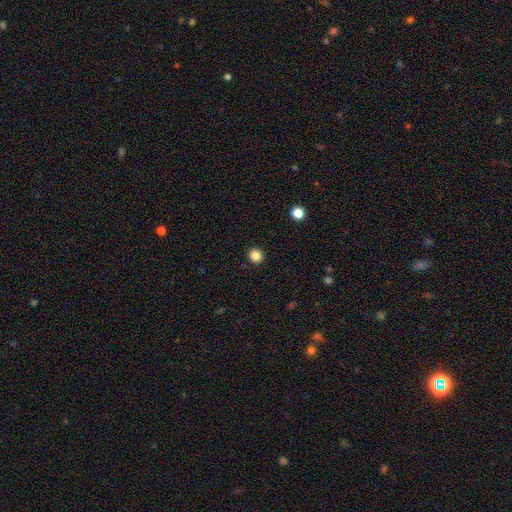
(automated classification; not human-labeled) A smooth galaxy with no disk features (85%) that is round (89%).

Vote fractions:
- Smooth or featured? smooth: 85% / star or artifact: 11% / featured or disk: 3%
- How rounded? round: 89% / in between: 11% / cigar-shaped: 1%
- Merging? none: 93% / minor disturbance: 5% / major disturbance: 2% / merger: 1%